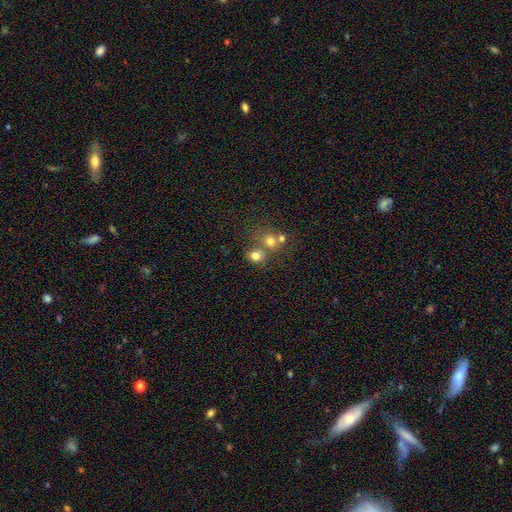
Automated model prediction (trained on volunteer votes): Smooth or featured: smooth — 73% (star or artifact — 16%)
How rounded: round — 75% (in between — 24%)
Merging: none — 47% (merger — 40%)